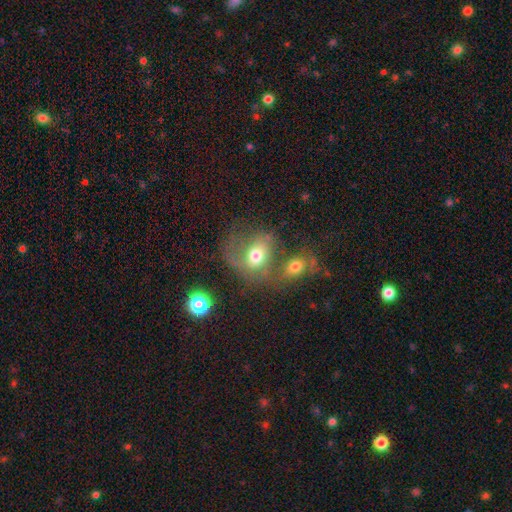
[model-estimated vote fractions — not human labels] The model was most divided on "merging": merger: 38%, none: 25%, major disturbance: 22%, minor disturbance: 15%. More confident: how rounded — in between (56%); smooth or featured — smooth (54%).